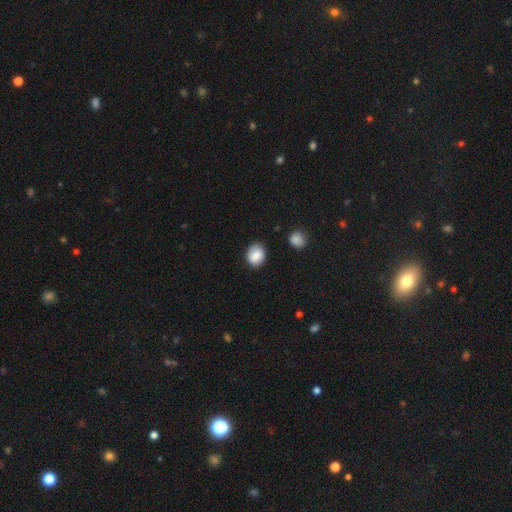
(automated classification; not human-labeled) Smooth or featured: smooth — 86% (star or artifact — 8%)
How rounded: round — 52% (in between — 47%)
Merging: none — 77% (minor disturbance — 17%)